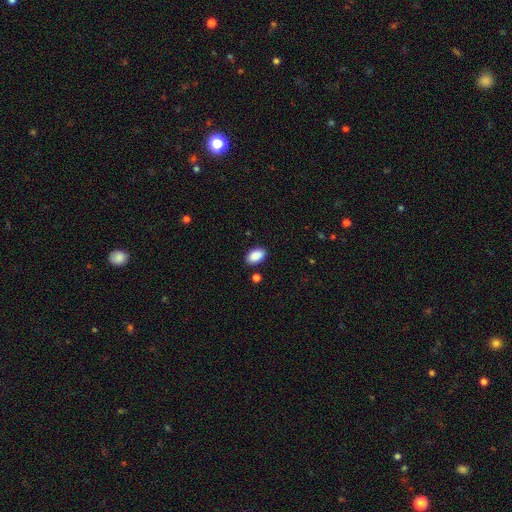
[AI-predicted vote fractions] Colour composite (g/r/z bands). It shows a smooth galaxy with no disk features (90%) that is in between round and cigar-shaped (93%). Merging: none (86%).